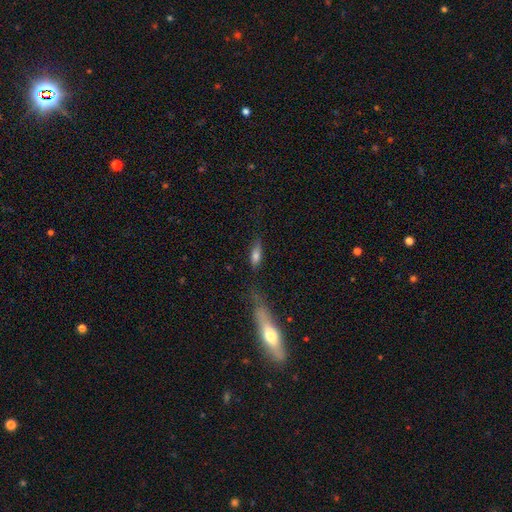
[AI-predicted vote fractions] Overall: smooth (70%). How rounded: in between (63%; cigar-shaped 34%). Merging: none (72%).